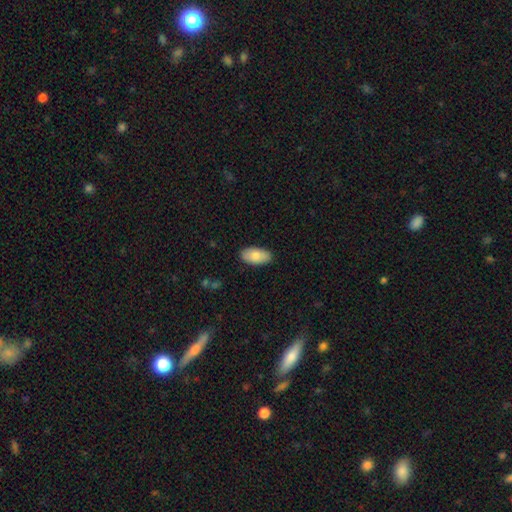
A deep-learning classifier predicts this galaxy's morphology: Overall: smooth (81%). How rounded: in between (94%). Merging: none (87%).